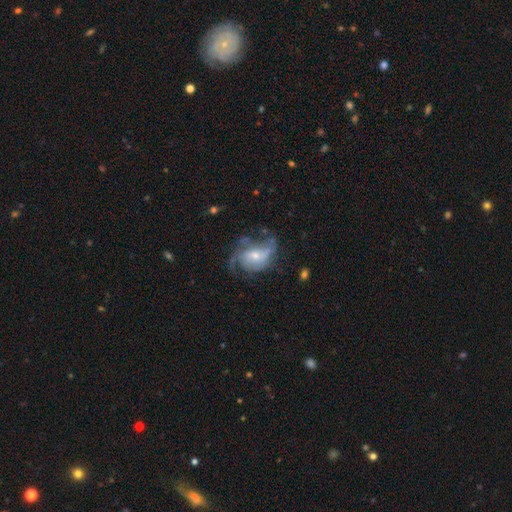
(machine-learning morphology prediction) smooth-or-featured: featured or disk: 68% | smooth: 23% | star or artifact: 9%
  disk-edge-on: no: 97% | yes: 3%
    bar: no: 66% | weak: 28% | strong: 6%
    has-spiral-arms: yes: 79% | no: 21%
      spiral-winding: loose: 40% (tied) | medium: 40% (tied) | tight: 21%
      spiral-arm-count: can't tell: 31% | 2: 30% | 3: 19% | 1: 10% | 4: 6% | more than 4: 4%
    bulge-size: small: 59% | moderate: 35% | large: 3% | none: 2% | dominant: 1%
  merging: none: 40% | major disturbance: 33% | minor disturbance: 24% | merger: 3%